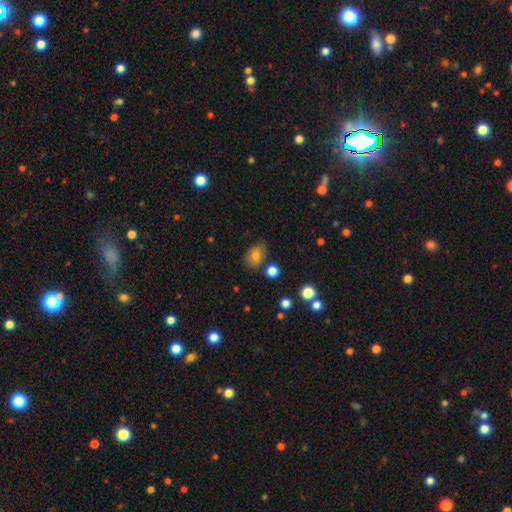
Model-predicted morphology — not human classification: Smooth or featured: smooth — 79% (star or artifact — 11%)
How rounded: in between — 75% (round — 23%)
Merging: none — 73% (minor disturbance — 18%)